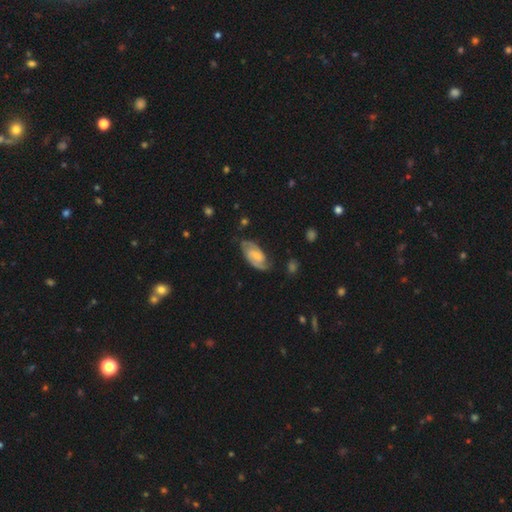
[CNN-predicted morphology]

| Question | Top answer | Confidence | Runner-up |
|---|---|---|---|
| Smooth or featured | featured or disk | 74% | smooth (20%) |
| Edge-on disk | no | 96% | yes (4%) |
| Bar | weak | 46% | no (43%) |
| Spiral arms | yes | 94% | no (6%) |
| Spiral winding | medium | 44% | tight (42%) |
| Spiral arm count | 2 | 82% | can't tell (10%) |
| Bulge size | small | 45% | moderate (27%) |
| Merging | none | 71% | minor disturbance (21%) |